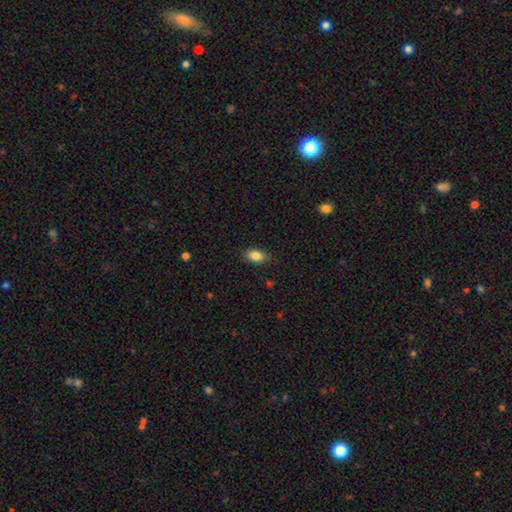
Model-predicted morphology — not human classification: Smooth or featured: smooth — 85% (star or artifact — 8%)
How rounded: in between — 88% (round — 9%)
Merging: none — 86% (minor disturbance — 10%)